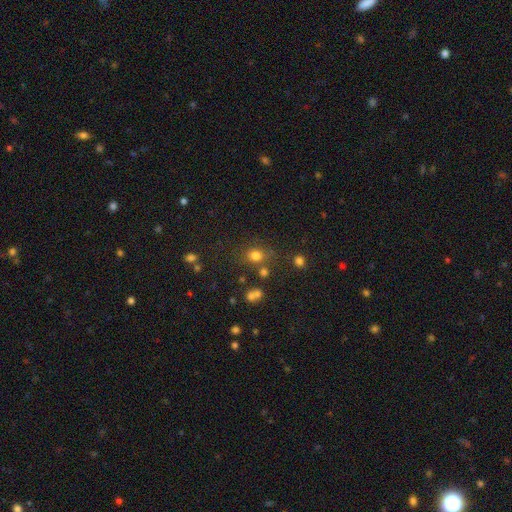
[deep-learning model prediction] Smooth or featured? smooth (75%)
How rounded? round (68%)
Merging? none (70%)